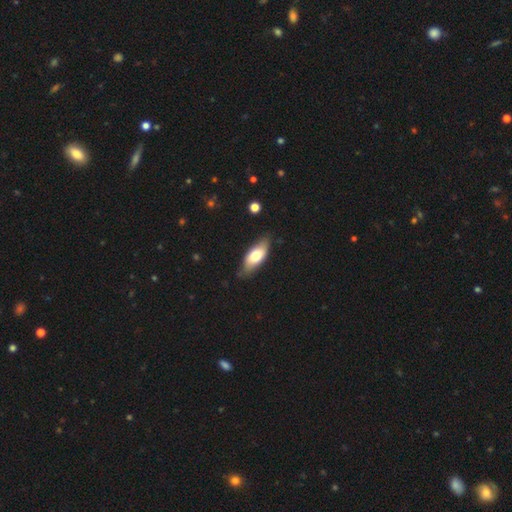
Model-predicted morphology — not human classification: Smooth or featured? Predicted: smooth (p=0.67). How rounded? Predicted: in between (p=0.81). Merging? Predicted: none (p=0.77).